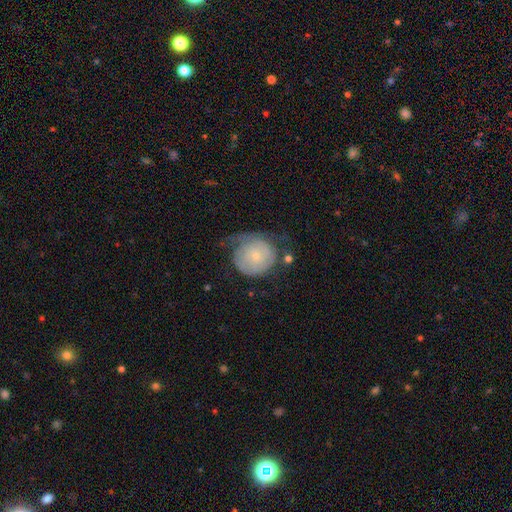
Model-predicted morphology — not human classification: featured or disk 60%, smooth 33%, star or artifact 7%. Down the decision tree: edge-on disk — no (97%); bar — no (83%); spiral arms — yes (76%); bulge size — small (79%); merging — none (44%).